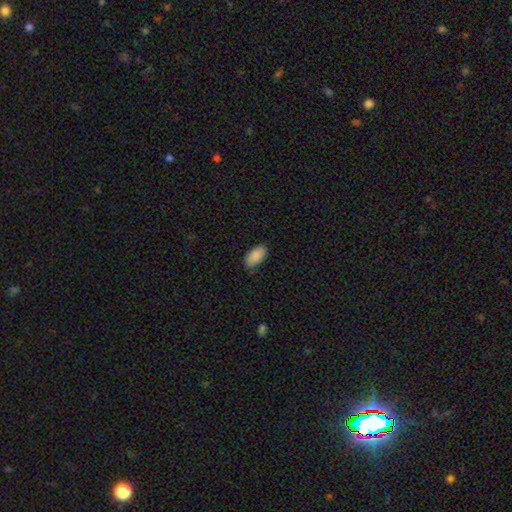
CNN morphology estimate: Q: Smooth or featured?
A: smooth (90%); runner-up: star or artifact (6%)
Q: How rounded?
A: in between (94%); runner-up: cigar-shaped (3%)
Q: Merging?
A: none (84%); runner-up: minor disturbance (13%)